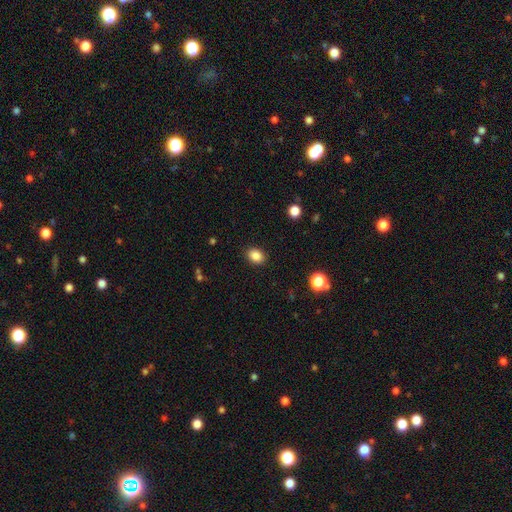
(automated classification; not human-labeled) Smooth or featured? Predicted: smooth (p=0.86). How rounded? Predicted: in between (p=0.63). Merging? Predicted: none (p=0.89).